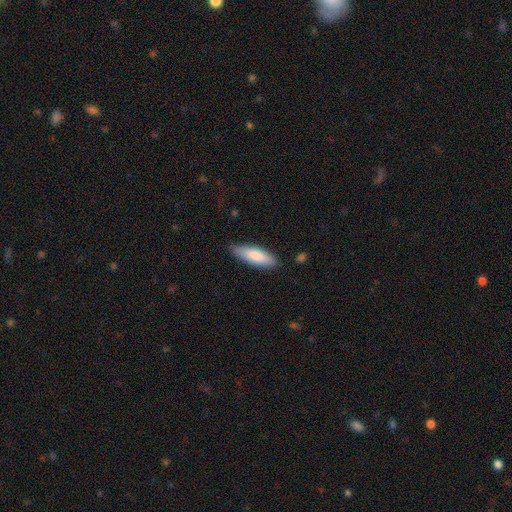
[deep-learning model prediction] This appears to be a smooth galaxy with no disk features (81%) that is cigar-shaped (51%). Merging: none (83%).